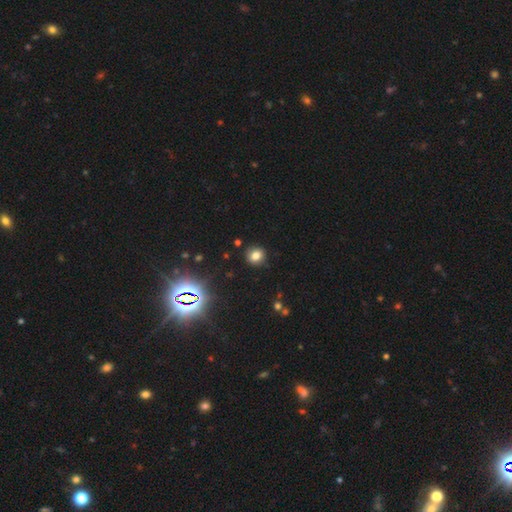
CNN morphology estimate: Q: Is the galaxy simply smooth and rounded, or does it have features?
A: smooth — 78%.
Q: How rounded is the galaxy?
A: round — 82%.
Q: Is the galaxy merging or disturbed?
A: none — 87%.